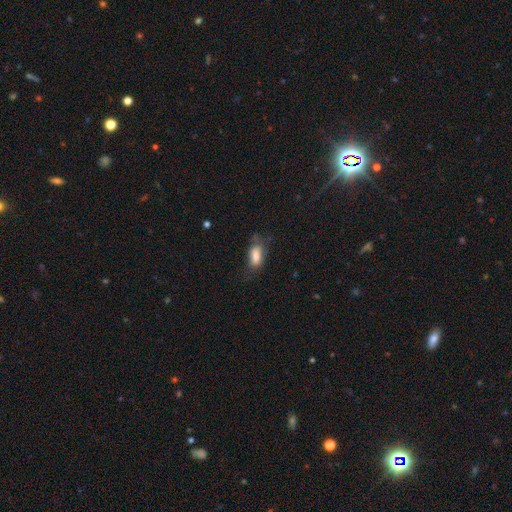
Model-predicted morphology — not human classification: Smooth or featured? Predicted: smooth (p=0.76). How rounded? Predicted: in between (p=0.83). Merging? Predicted: none (p=0.48).